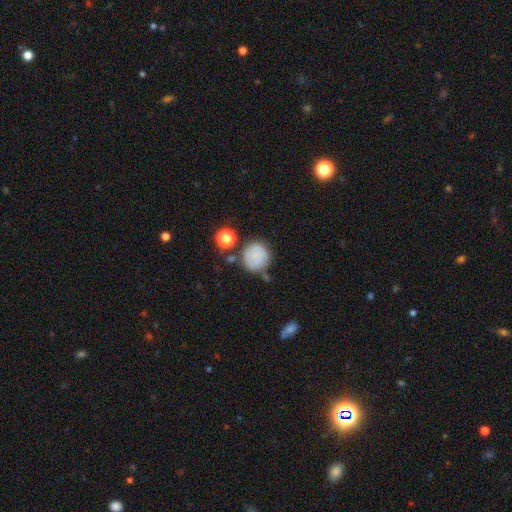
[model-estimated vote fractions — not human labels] A smooth galaxy with no disk features (81%) that is round (90%). Merging: none (67%).